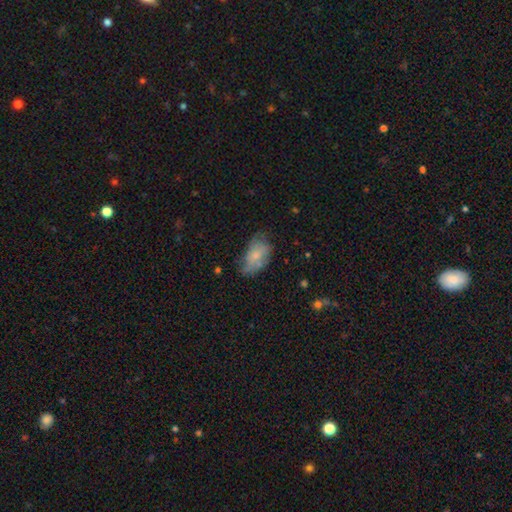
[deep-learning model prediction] smooth 58%, featured or disk 34%, star or artifact 8%. Down the decision tree: how rounded — in between (91%); merging — none (45%).